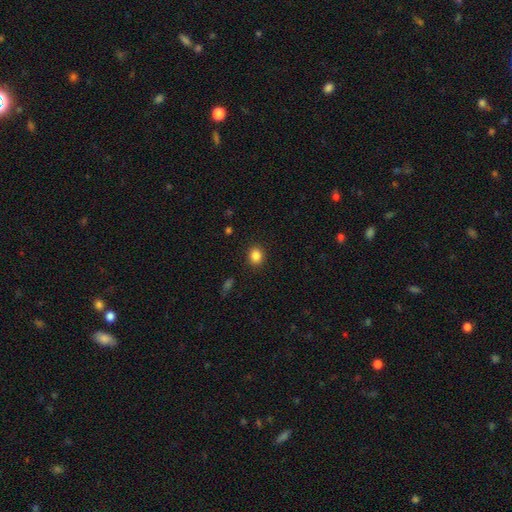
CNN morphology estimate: smooth 86%, star or artifact 10%, featured or disk 4%. Down the decision tree: how rounded — round (58%); merging — none (90%).